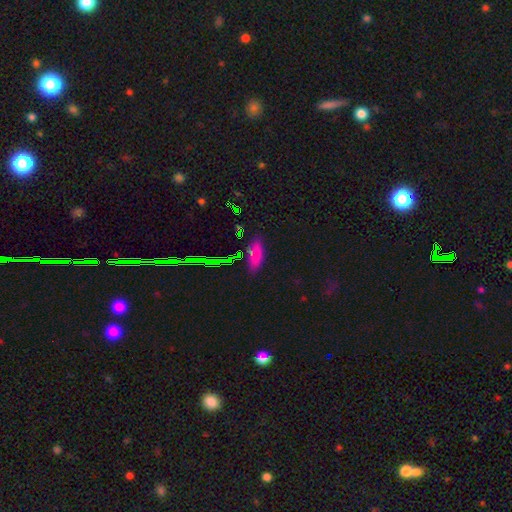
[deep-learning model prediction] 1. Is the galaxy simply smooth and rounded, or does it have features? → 70% smooth, 21% star or artifact, 9% featured or disk.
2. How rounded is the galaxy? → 72% in between, 24% cigar-shaped, 4% round.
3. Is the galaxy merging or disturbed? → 81% none, 13% minor disturbance, 3% major disturbance, 2% merger.